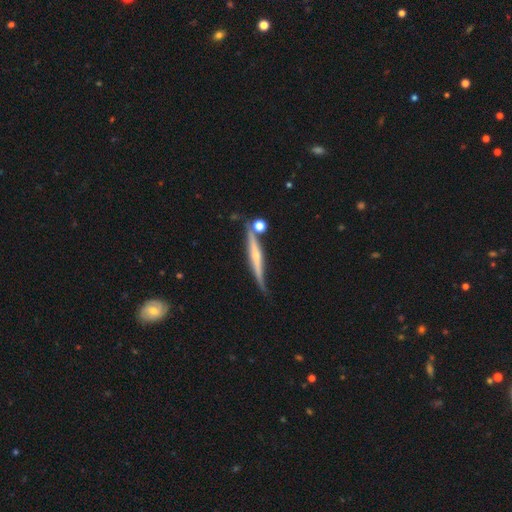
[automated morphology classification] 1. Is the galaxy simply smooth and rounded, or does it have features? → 72% featured or disk, 21% smooth, 7% star or artifact.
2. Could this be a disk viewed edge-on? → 95% yes, 5% no.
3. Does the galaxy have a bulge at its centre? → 72% rounded, 22% none, 6% boxy.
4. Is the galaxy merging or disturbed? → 68% none, 17% minor disturbance, 10% merger, 4% major disturbance.